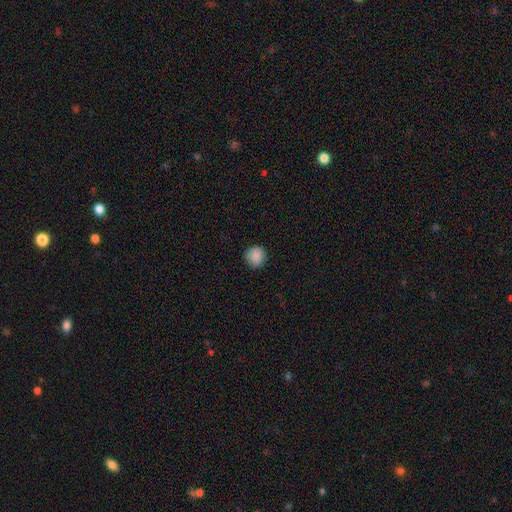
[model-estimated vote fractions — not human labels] Smooth or featured?
  - smooth: 88% *
  - star or artifact: 8%
  - featured or disk: 4%
How rounded?
  - round: 92% *
  - in between: 7%
  - cigar-shaped: 1%
Merging?
  - none: 87% *
  - minor disturbance: 10%
  - major disturbance: 2%
  - merger: 1%